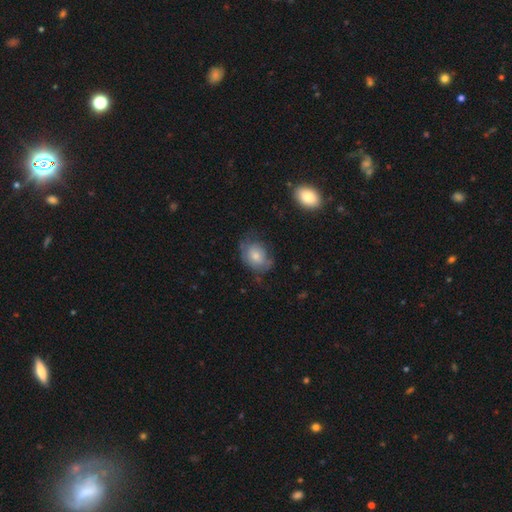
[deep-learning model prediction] Smooth or featured?
  - smooth: 63% *
  - featured or disk: 30%
  - star or artifact: 7%
How rounded?
  - in between: 62% *
  - round: 37%
  - cigar-shaped: 1%
Merging?
  - none: 50% *
  - minor disturbance: 32%
  - major disturbance: 16%
  - merger: 2%